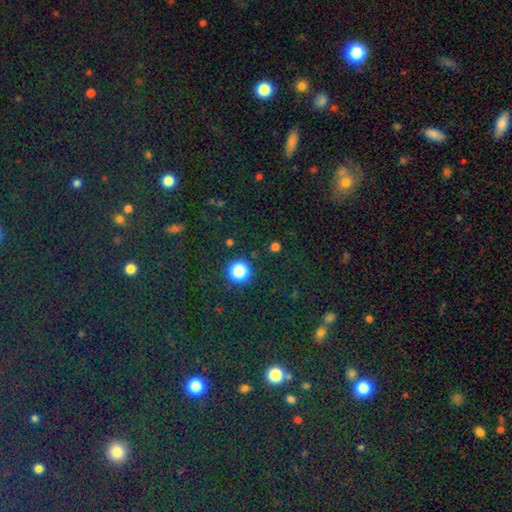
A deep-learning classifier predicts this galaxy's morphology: Smooth or featured?
  - star or artifact: 66% *
  - smooth: 25%
  - featured or disk: 8%